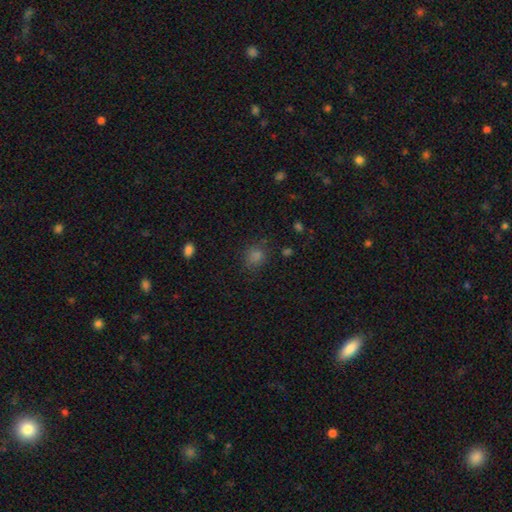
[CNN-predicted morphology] smooth_or_featured: smooth (p=0.74) [alt: star or artifact p=0.22]
how_rounded: round (p=0.80) [alt: in between p=0.19]
merging: none (p=0.83) [alt: minor disturbance p=0.11]